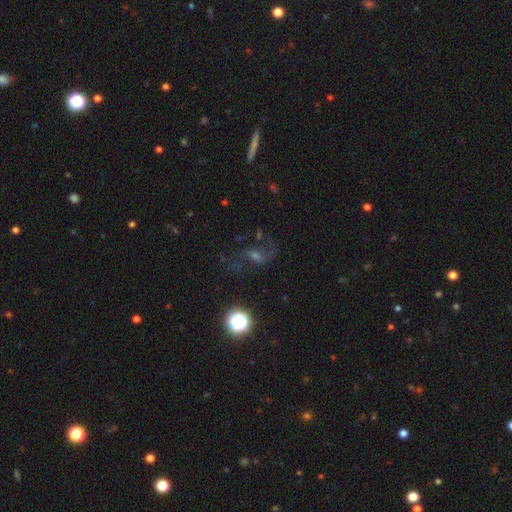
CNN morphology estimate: Smooth or featured?
  - featured or disk: 48% *
  - star or artifact: 30%
  - smooth: 22%
Merging?
  - none: 57% *
  - major disturbance: 22%
  - minor disturbance: 17%
  - merger: 4%